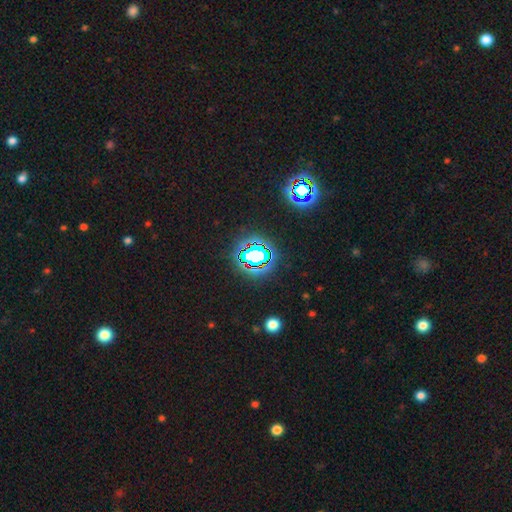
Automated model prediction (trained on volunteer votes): Smooth or featured?
  - star or artifact: 81% *
  - smooth: 12%
  - featured or disk: 7%